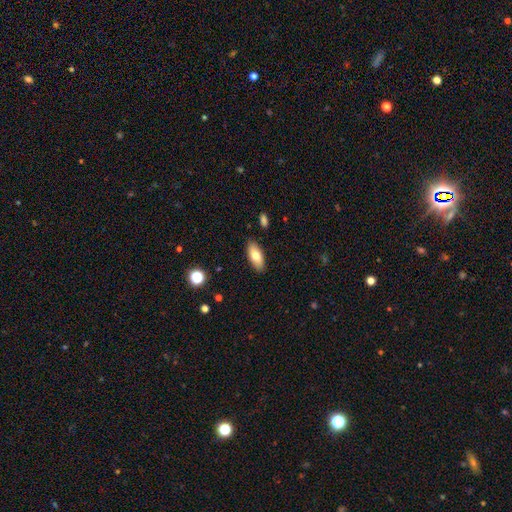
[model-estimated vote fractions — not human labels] smooth-or-featured: smooth: 75% | featured or disk: 18% | star or artifact: 7%
  how-rounded: in between: 86% | cigar-shaped: 12% | round: 3%
  merging: none: 88% | minor disturbance: 9% | major disturbance: 2% | merger: 1%